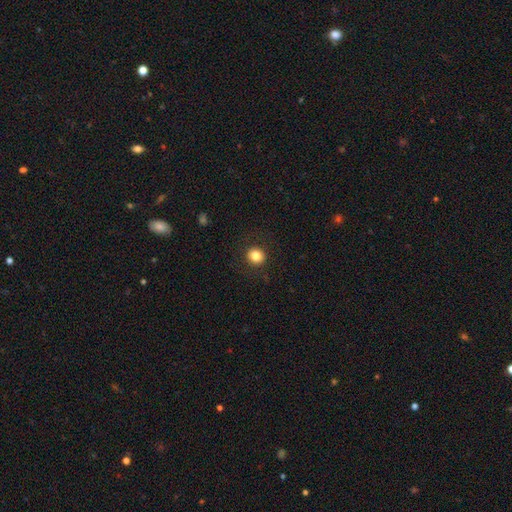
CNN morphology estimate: Smooth or featured? smooth (84%)
How rounded? round (90%)
Merging? none (91%)